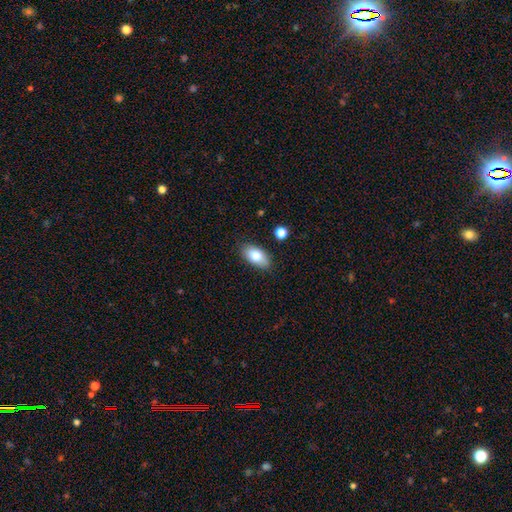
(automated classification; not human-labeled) Smooth or featured? Predicted: smooth (p=0.80). How rounded? Predicted: in between (p=0.92). Merging? Predicted: none (p=0.86).